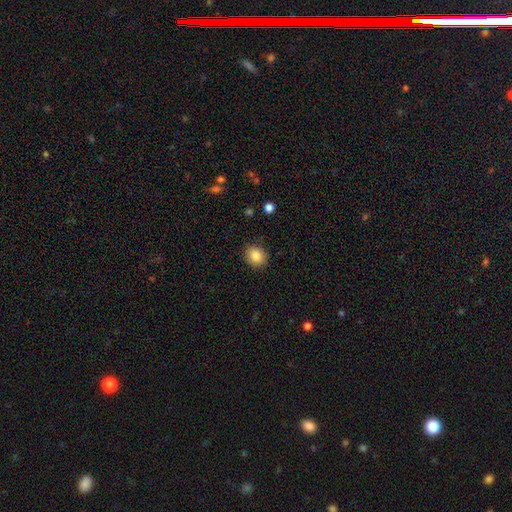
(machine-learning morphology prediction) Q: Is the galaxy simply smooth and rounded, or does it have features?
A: smooth — 84%.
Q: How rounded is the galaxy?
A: round — 66%.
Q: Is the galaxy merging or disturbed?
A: none — 88%.